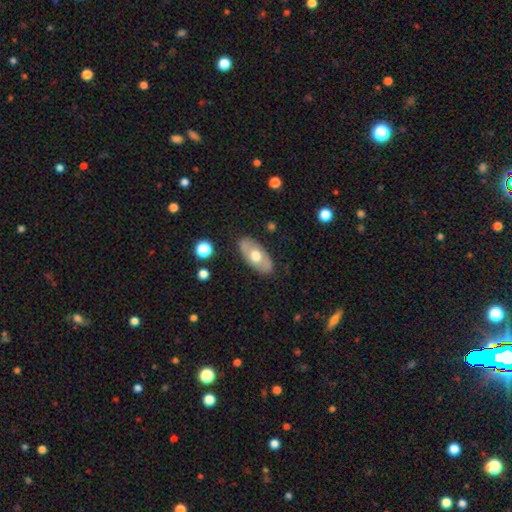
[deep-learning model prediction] Q: Smooth or featured?
A: smooth (52%); runner-up: featured or disk (43%)
Q: How rounded?
A: in between (91%); runner-up: round (5%)
Q: Merging?
A: none (83%); runner-up: minor disturbance (13%)